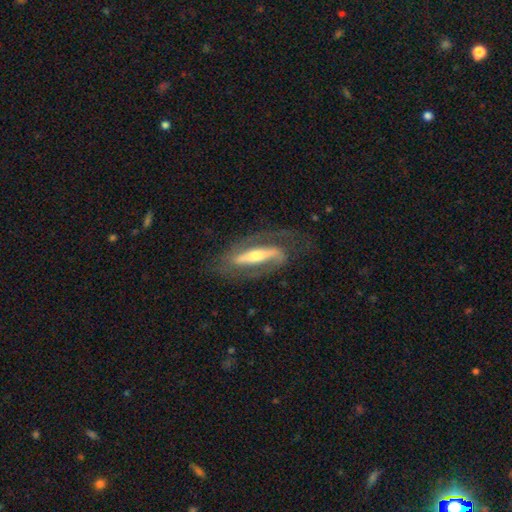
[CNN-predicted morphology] featured or disk 79%, smooth 16%, star or artifact 5%. Down the decision tree: edge-on disk — no (68%); bar — strong (72%); spiral arms — yes (83%); bulge size — moderate (55%); merging — none (64%).